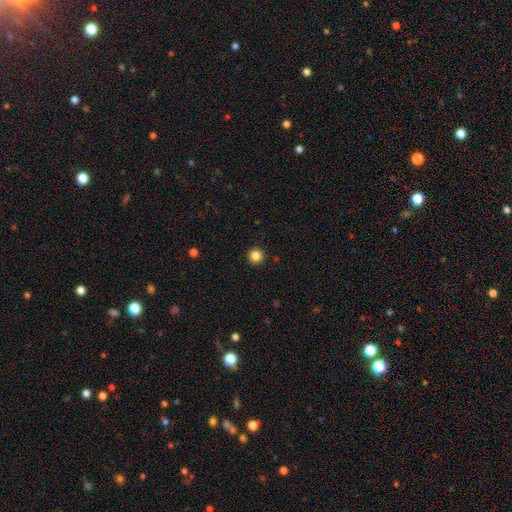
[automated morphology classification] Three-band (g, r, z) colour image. It shows a smooth galaxy with no disk features (85%) that is round (96%). Merging: none (93%).